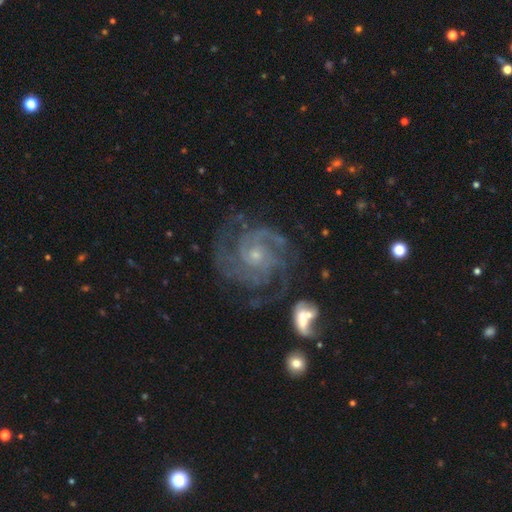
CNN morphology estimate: Smooth or featured? Predicted: featured or disk (p=0.89). Edge-on disk? Predicted: no (p=0.98). Bar? Predicted: no (p=0.69). Spiral arms? Predicted: yes (p=0.98). Spiral winding? Predicted: tight (p=0.66). Spiral arm count? Predicted: 3 (p=0.30). Bulge size? Predicted: small (p=0.72). Merging? Predicted: none (p=0.74).